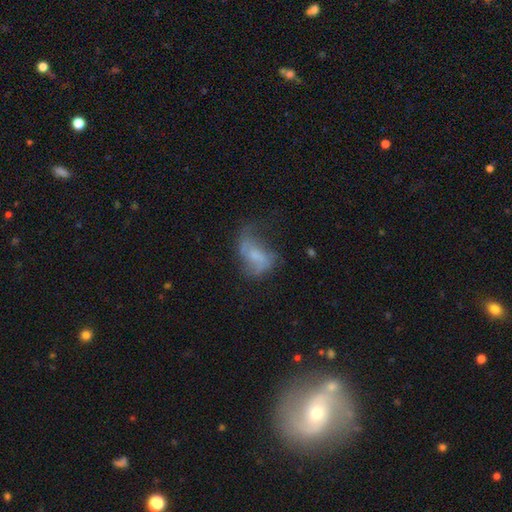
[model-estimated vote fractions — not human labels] This is possibly a featured or disk galaxy (53%). It is clearly not viewed edge-on (97%). Bar: likely no (61%). Spiral arm pattern: possibly yes (60%). Central bulge: marginally none (41%). Merging: marginally major disturbance (40%).